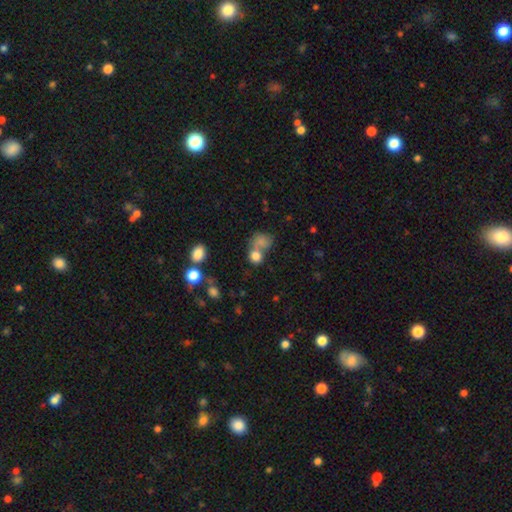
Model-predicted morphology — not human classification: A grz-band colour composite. It shows a smooth galaxy with no disk features (77%) that is round (65%). Merging: merger (48%).